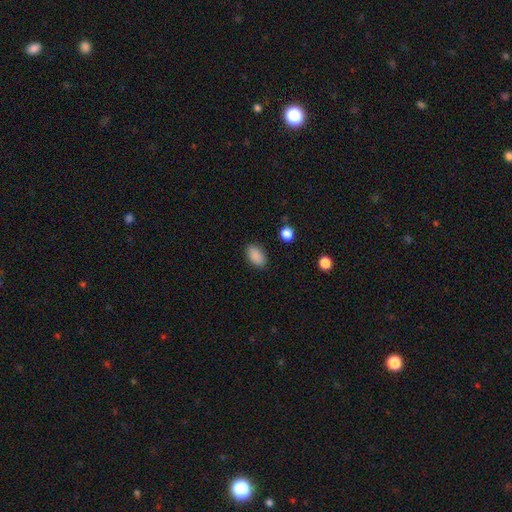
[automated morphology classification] Overall: smooth (88%). How rounded: in between (90%). Merging: none (86%).